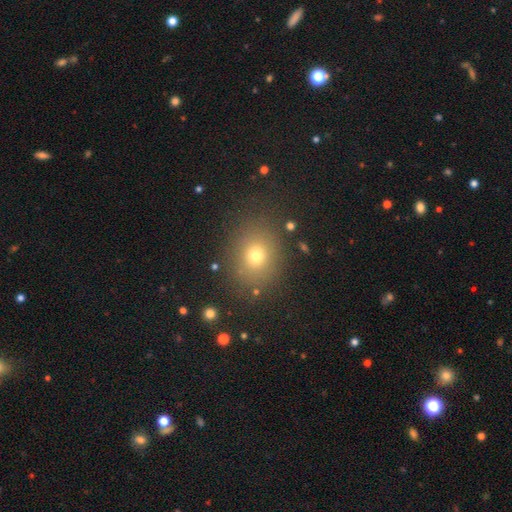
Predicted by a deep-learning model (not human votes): A smooth galaxy with no disk features (70%) that is round (61%).

Vote fractions:
- Smooth or featured? smooth: 70% / star or artifact: 19% / featured or disk: 11%
- How rounded? round: 61% / in between: 38% / cigar-shaped: 1%
- Merging? none: 84% / minor disturbance: 9% / major disturbance: 4% / merger: 2%